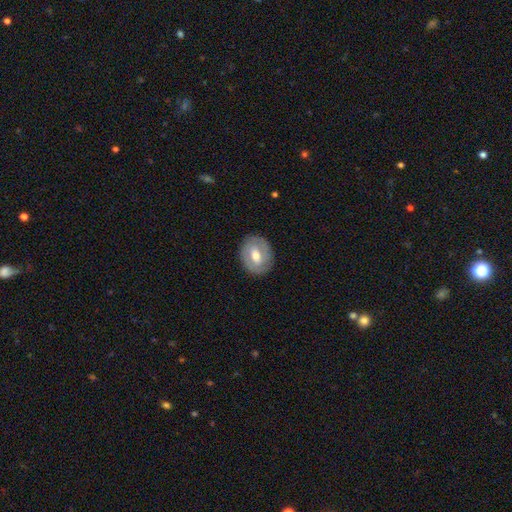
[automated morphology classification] Overall: featured or disk (55%; smooth 39%). Edge-on disk: no (94%). Bar: weak (47%; no 28%). Spiral arms: no (53%; yes 47%). Bulge size: moderate (70%). Merging: none (85%).